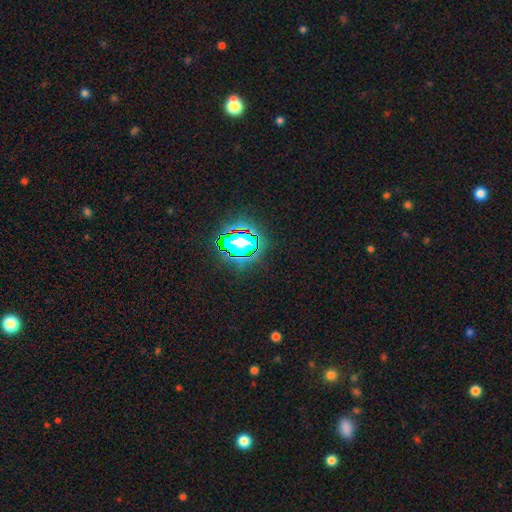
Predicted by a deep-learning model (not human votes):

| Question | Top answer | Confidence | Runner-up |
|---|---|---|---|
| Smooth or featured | star or artifact | 83% | smooth (11%) |